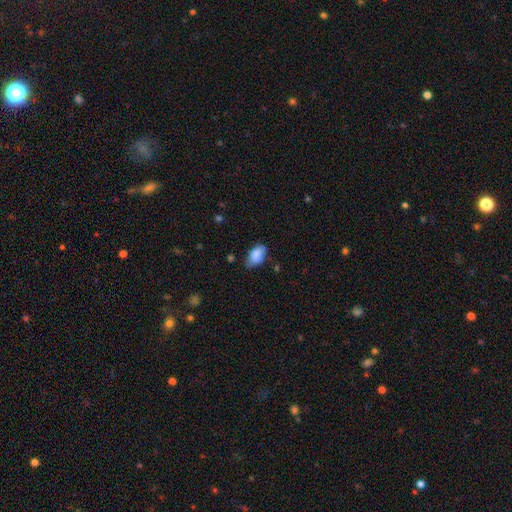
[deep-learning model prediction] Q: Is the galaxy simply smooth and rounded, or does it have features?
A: smooth — 82%.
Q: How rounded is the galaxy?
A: in between — 92%.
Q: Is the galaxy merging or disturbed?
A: none — 64%.